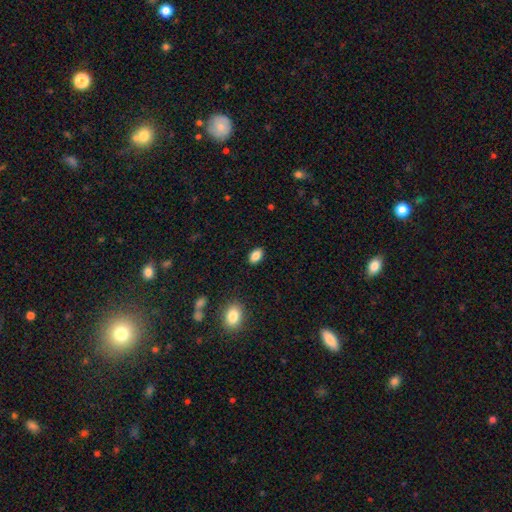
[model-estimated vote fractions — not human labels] Smooth or featured? Predicted: smooth (p=0.86). How rounded? Predicted: in between (p=0.89). Merging? Predicted: none (p=0.88).